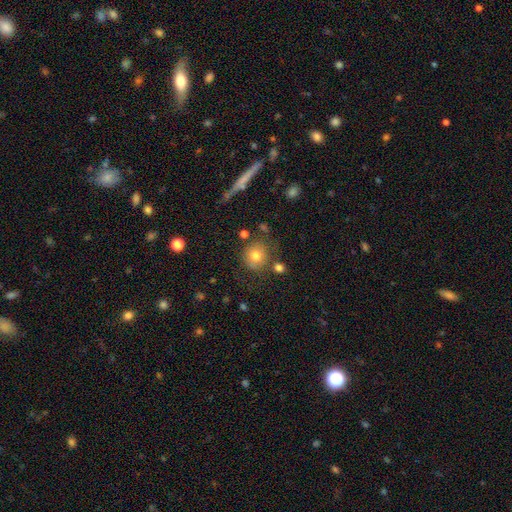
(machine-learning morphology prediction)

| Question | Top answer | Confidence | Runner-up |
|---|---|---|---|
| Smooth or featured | smooth | 75% | featured or disk (13%) |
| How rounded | round | 86% | in between (13%) |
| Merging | none | 73% | minor disturbance (14%) |